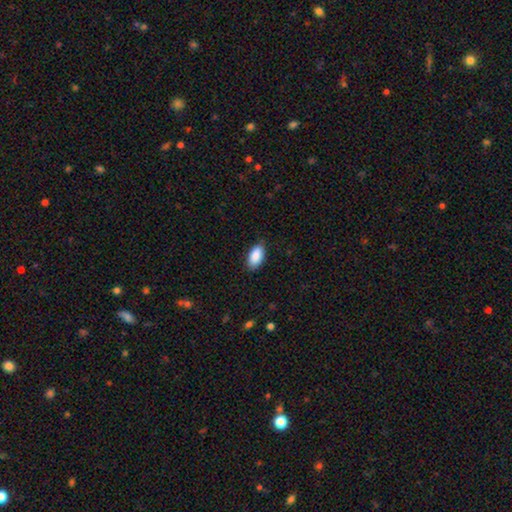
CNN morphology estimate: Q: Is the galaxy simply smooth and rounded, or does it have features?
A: smooth — 89%.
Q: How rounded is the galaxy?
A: in between — 94%.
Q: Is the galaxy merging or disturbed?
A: none — 83%.